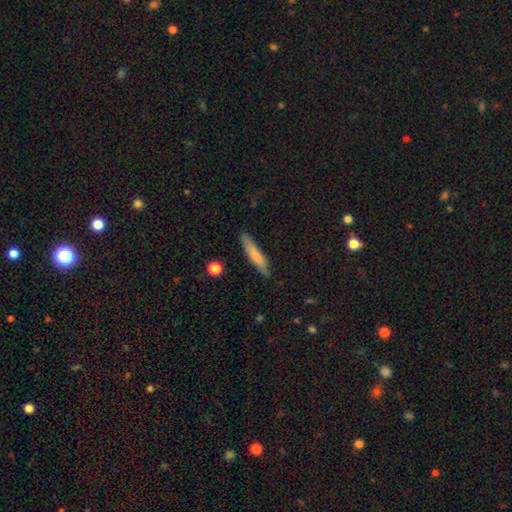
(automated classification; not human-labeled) Smooth or featured? Predicted: smooth (p=0.72). How rounded? Predicted: cigar-shaped (p=0.90). Merging? Predicted: none (p=0.83).